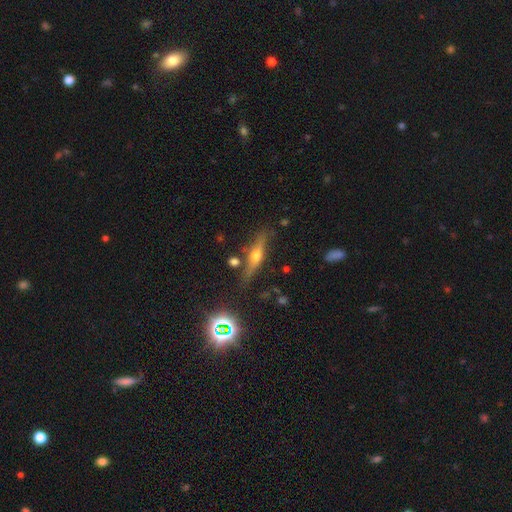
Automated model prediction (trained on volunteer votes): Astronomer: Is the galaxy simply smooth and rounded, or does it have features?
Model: featured or disk — 63%.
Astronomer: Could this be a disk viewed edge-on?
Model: yes — 93%.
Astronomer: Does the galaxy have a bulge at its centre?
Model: rounded — 92%.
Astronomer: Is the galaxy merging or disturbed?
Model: none — 80%.